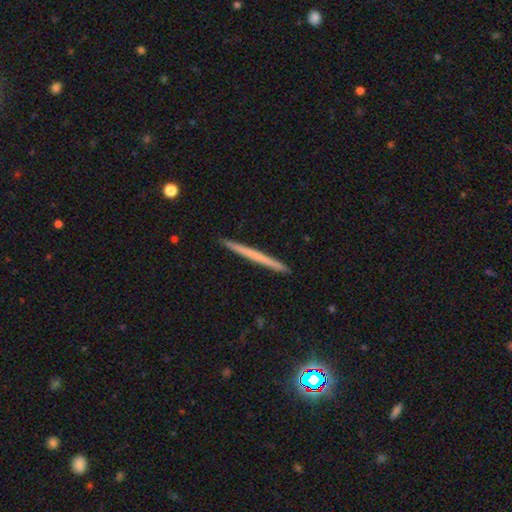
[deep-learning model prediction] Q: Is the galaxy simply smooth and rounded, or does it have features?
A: smooth — 50%.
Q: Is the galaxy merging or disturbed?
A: none — 93%.